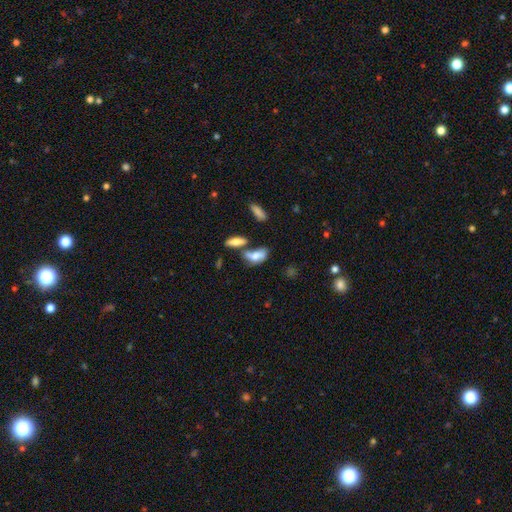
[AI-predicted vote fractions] Smooth or featured? smooth (71%)
How rounded? in between (84%)
Merging? none (37%)